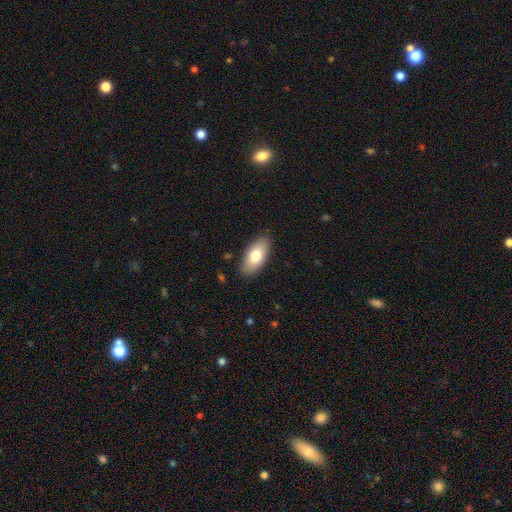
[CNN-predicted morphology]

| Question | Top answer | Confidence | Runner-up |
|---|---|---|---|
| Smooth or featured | smooth | 76% | featured or disk (18%) |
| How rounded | in between | 90% | cigar-shaped (7%) |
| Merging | none | 87% | minor disturbance (10%) |